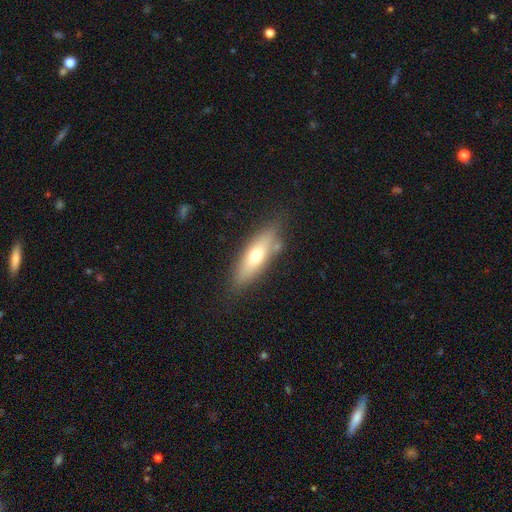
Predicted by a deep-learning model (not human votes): Smooth or featured? smooth (59%)
How rounded? cigar-shaped (50%)
Merging? none (77%)